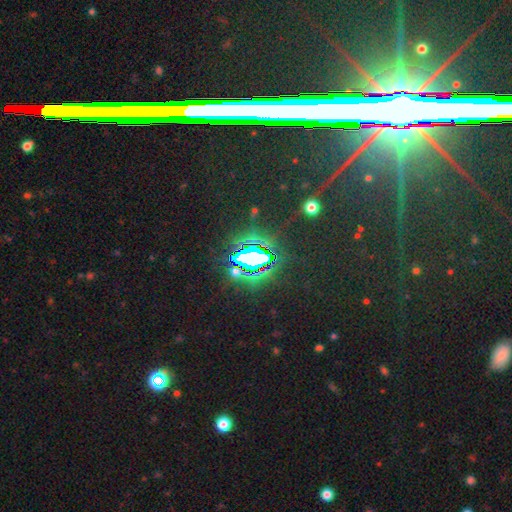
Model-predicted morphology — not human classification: Smooth or featured: star or artifact — 78% (smooth — 12%)